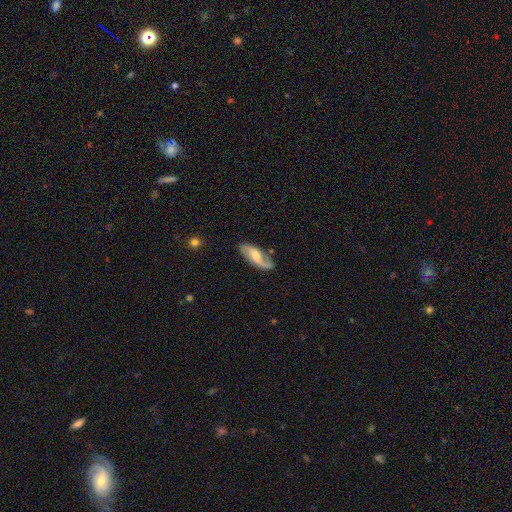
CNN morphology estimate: smooth-or-featured: featured or disk: 64% | smooth: 30% | star or artifact: 6%
  disk-edge-on: no: 91% | yes: 9%
    bar: no: 48% | weak: 40% | strong: 12%
    has-spiral-arms: yes: 92% | no: 8%
      spiral-winding: loose: 63% | medium: 28% | tight: 10%
      spiral-arm-count: 2: 79% | 1: 13% | can't tell: 6% | 3: 1% | 4: 1% | more than 4: 1%
    bulge-size: moderate: 48% | small: 30% | large: 11% | none: 10% | dominant: 2%
  merging: none: 68% | minor disturbance: 21% | major disturbance: 7% | merger: 4%